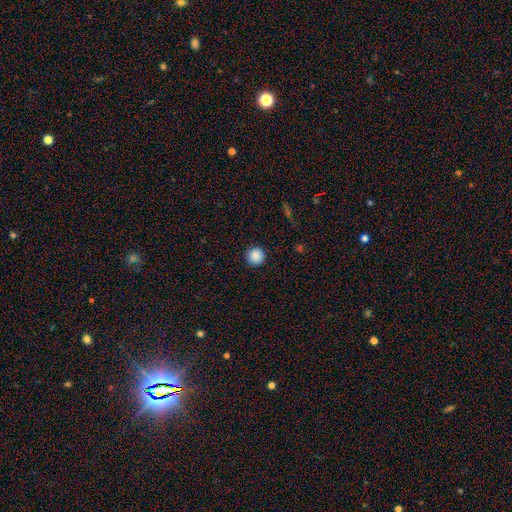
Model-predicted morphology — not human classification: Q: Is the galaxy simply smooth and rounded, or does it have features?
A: smooth — 88%.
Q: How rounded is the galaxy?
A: round — 96%.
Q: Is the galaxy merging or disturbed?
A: none — 92%.